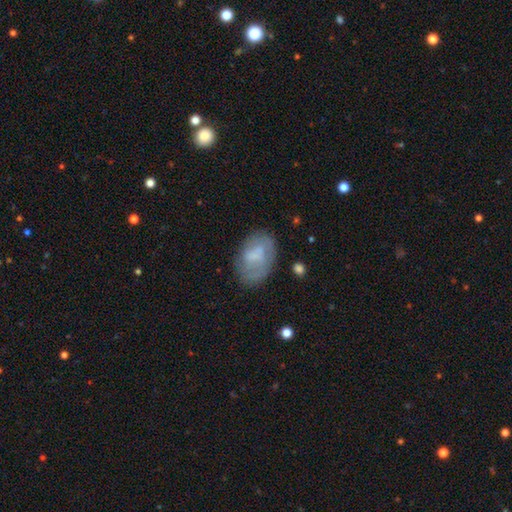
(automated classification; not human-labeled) Smooth or featured: smooth — 54% (featured or disk — 38%)
How rounded: in between — 88% (round — 10%)
Merging: none — 61% (minor disturbance — 24%)